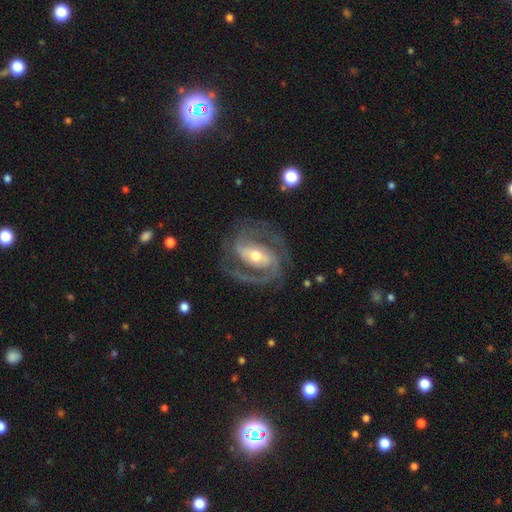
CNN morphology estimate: Q: Smooth or featured?
A: featured or disk (91%); runner-up: smooth (5%)
Q: Edge-on disk?
A: no (97%); runner-up: yes (3%)
Q: Bar?
A: strong (42%); runner-up: weak (39%)
Q: Spiral arms?
A: yes (97%); runner-up: no (3%)
Q: Spiral winding?
A: medium (52%); runner-up: tight (36%)
Q: Spiral arm count?
A: 2 (80%); runner-up: 3 (9%)
Q: Bulge size?
A: moderate (65%); runner-up: small (26%)
Q: Merging?
A: none (76%); runner-up: minor disturbance (14%)